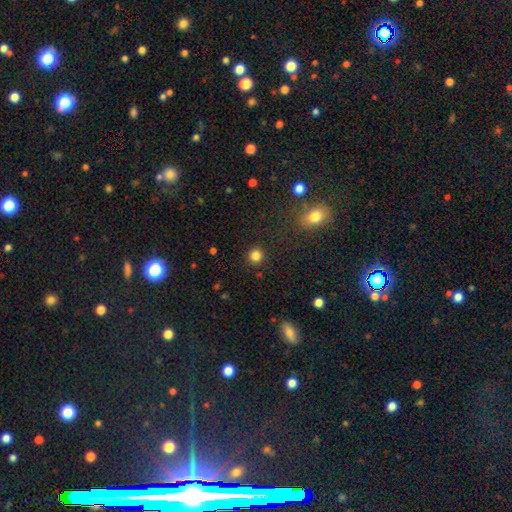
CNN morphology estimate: Smooth or featured: smooth — 84% (star or artifact — 13%)
How rounded: round — 93% (in between — 6%)
Merging: none — 91% (minor disturbance — 5%)